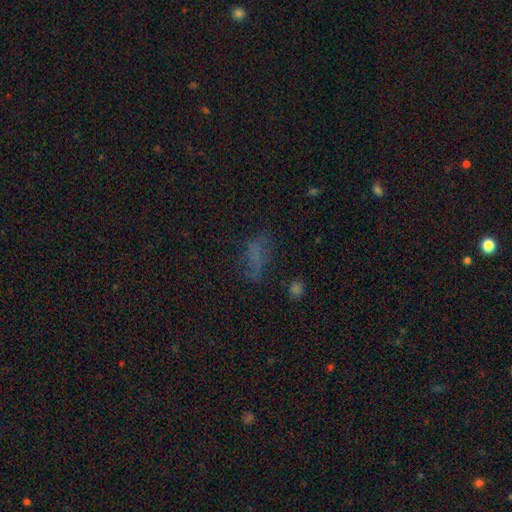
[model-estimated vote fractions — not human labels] Overall: smooth (51%; star or artifact 26%). How rounded: in between (76%). Merging: none (53%; minor disturbance 23%).